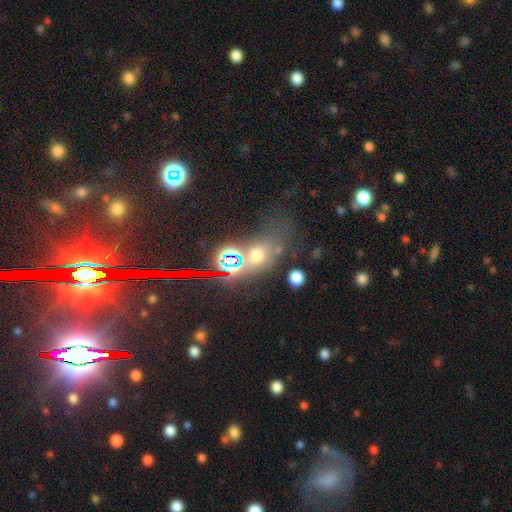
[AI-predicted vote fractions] Q: Smooth or featured?
A: smooth (54%); runner-up: star or artifact (30%)
Q: How rounded?
A: in between (61%); runner-up: round (34%)
Q: Merging?
A: none (54%); runner-up: minor disturbance (17%)